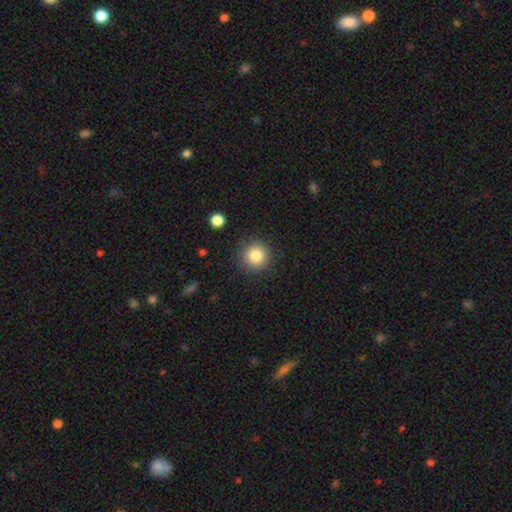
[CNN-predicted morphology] Smooth or featured? smooth (84%)
How rounded? round (94%)
Merging? none (88%)